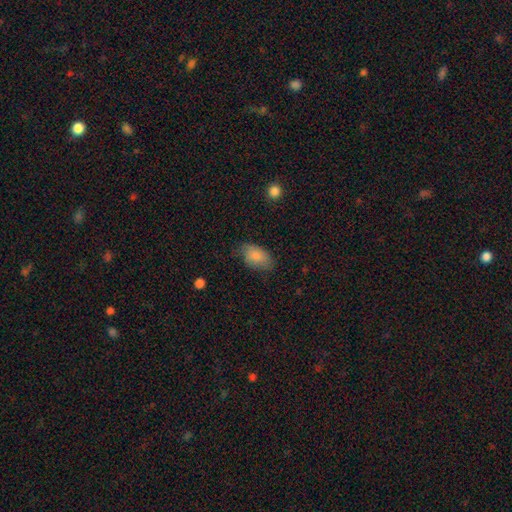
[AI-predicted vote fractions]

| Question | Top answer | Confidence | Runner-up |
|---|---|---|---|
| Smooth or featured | smooth | 85% | featured or disk (9%) |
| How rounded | in between | 93% | round (5%) |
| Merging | none | 67% | minor disturbance (25%) |